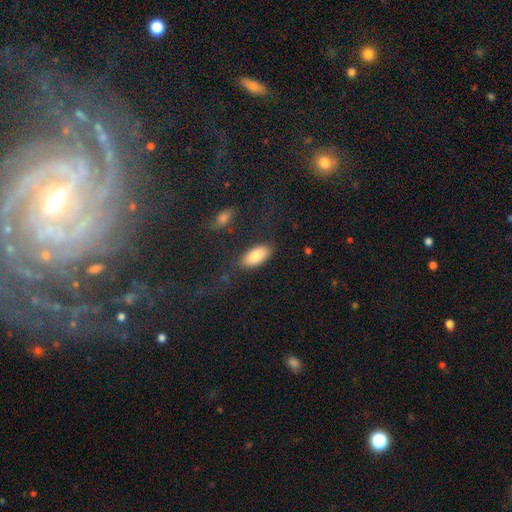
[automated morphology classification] Smooth or featured? Predicted: smooth (p=0.86). How rounded? Predicted: in between (p=0.92). Merging? Predicted: none (p=0.79).